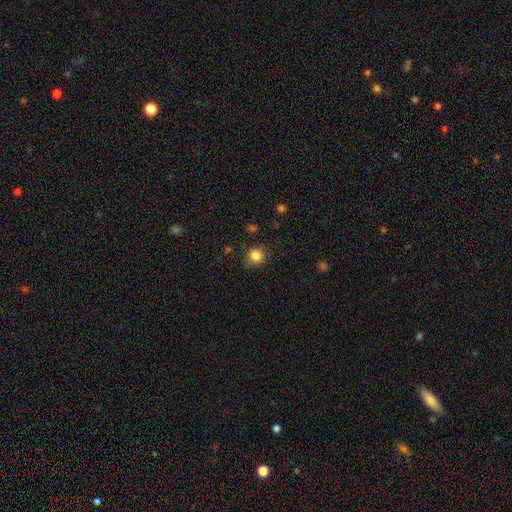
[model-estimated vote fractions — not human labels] smooth_or_featured: smooth (p=0.85) [alt: star or artifact p=0.11]
how_rounded: round (p=0.86) [alt: in between p=0.13]
merging: none (p=0.79) [alt: minor disturbance p=0.15]